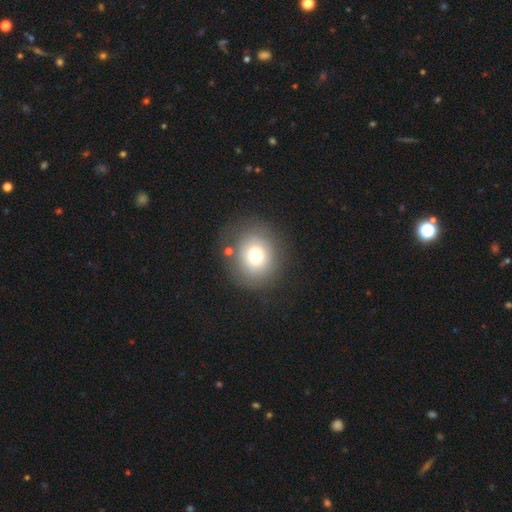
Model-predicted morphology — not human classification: A smooth galaxy with no disk features (72%) that is round (77%). Merging: none (74%).